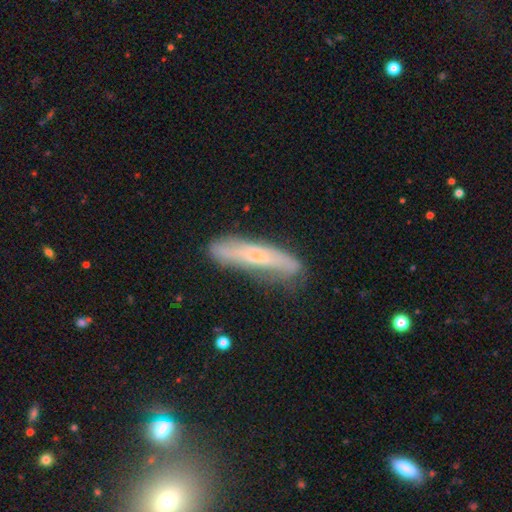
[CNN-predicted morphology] type=smooth (51%); roundness=cigar-shaped (84%); merging=none (67%).